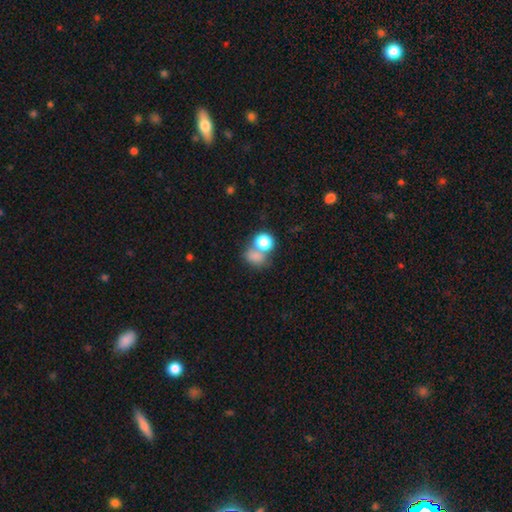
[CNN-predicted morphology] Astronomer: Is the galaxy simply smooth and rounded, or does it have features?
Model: smooth — 74%.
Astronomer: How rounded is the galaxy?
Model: round — 58% (runner-up: in between, 41%).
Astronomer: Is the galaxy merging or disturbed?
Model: merger — 43% (runner-up: none, 38%).